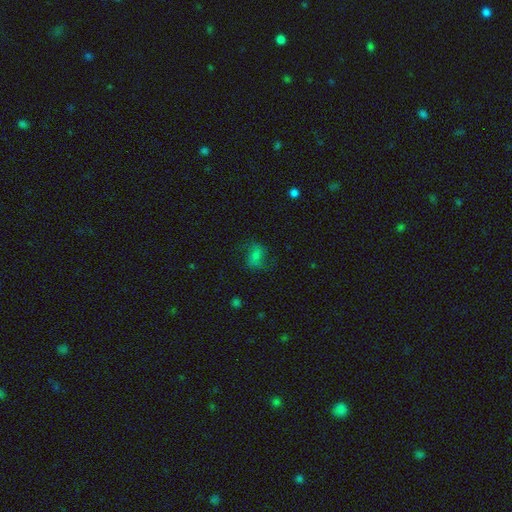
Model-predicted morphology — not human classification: Smooth or featured? Predicted: smooth (p=0.55). How rounded? Predicted: in between (p=0.62). Merging? Predicted: none (p=0.63).